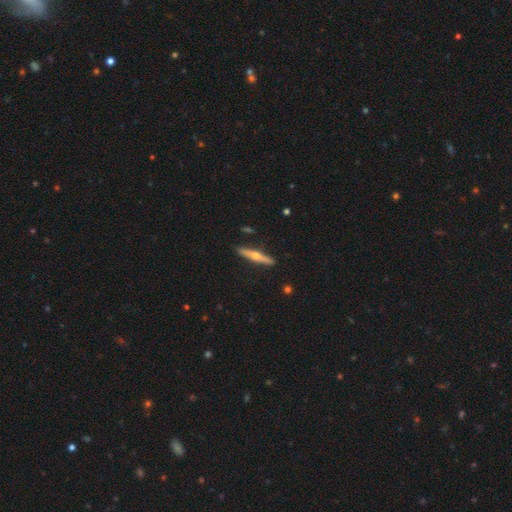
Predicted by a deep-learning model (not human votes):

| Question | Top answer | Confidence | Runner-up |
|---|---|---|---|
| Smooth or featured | featured or disk | 63% | smooth (32%) |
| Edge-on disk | yes | 97% | no (3%) |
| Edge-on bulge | rounded | 92% | none (5%) |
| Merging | none | 90% | minor disturbance (7%) |